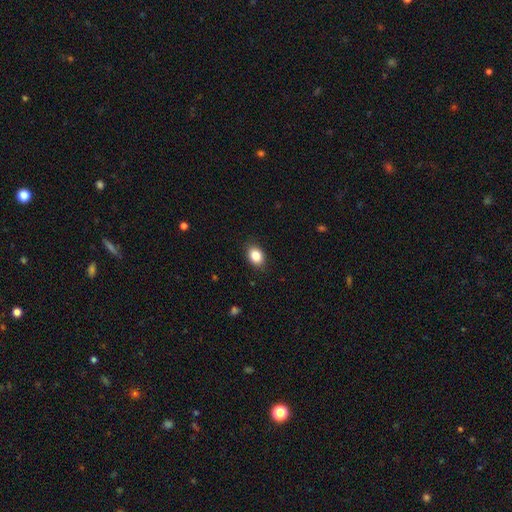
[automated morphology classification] The model was most divided on "how rounded": in between: 78%, round: 21%, cigar-shaped: 1%. More confident: merging — none (87%); smooth or featured — smooth (85%).